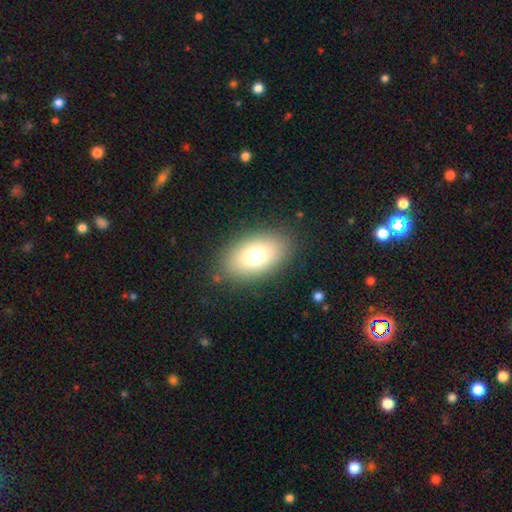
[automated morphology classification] This is likely a smooth galaxy (73%). How rounded: clearly in between (88%). Merging: clearly none (85%).